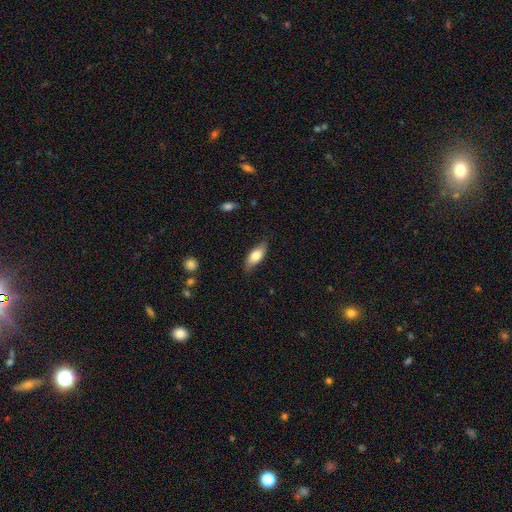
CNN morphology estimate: A smooth galaxy with no disk features (71%) that is in between round and cigar-shaped (78%). Merging: none (75%).